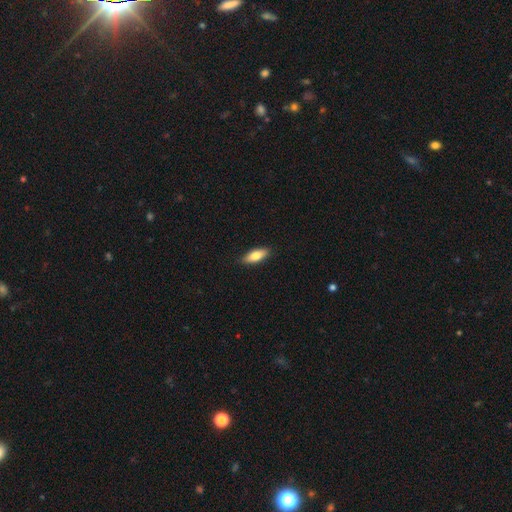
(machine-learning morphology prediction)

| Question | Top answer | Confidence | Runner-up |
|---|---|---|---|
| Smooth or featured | smooth | 77% | featured or disk (16%) |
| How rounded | in between | 71% | cigar-shaped (27%) |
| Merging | none | 88% | minor disturbance (9%) |